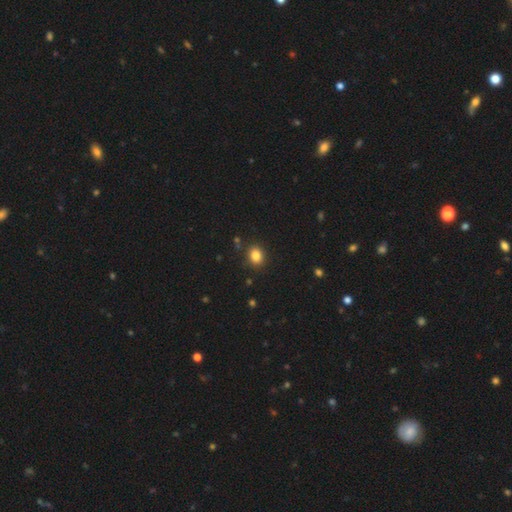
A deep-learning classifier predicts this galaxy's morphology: This is clearly a smooth galaxy (84%). How rounded: possibly round (54%). Merging: clearly none (86%).